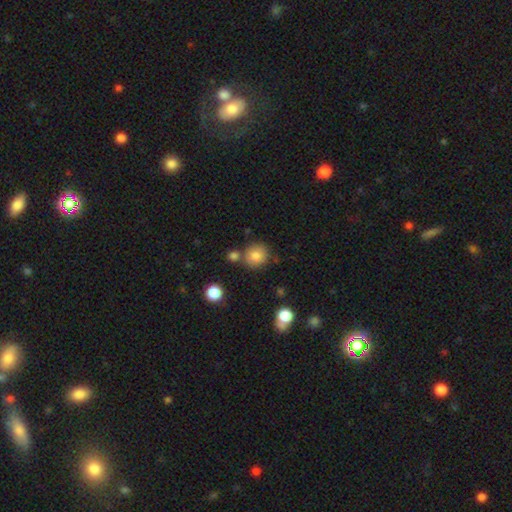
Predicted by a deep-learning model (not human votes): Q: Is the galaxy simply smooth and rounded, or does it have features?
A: smooth — 82%.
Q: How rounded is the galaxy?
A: round — 87%.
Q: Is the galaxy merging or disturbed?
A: none — 72%.